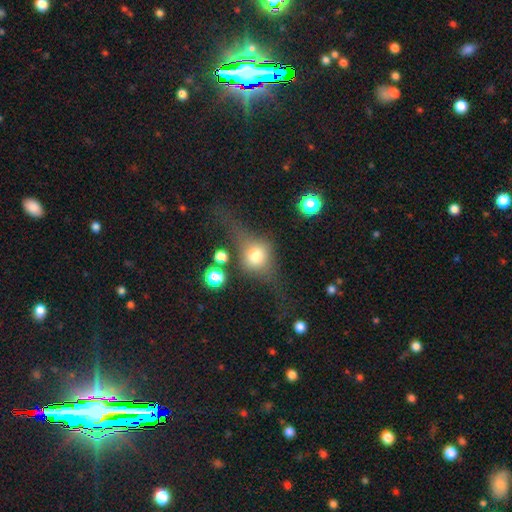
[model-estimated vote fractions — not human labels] Smooth or featured? Predicted: smooth (p=0.48). Merging? Predicted: none (p=0.49).